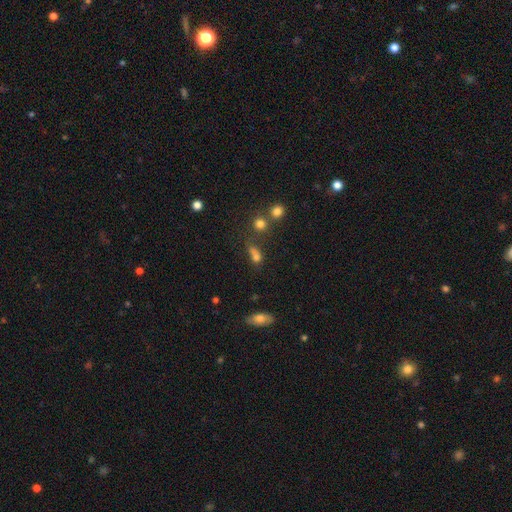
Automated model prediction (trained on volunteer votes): smooth_or_featured: smooth (p=0.69) [alt: star or artifact p=0.19]
how_rounded: in between (p=0.49) [alt: round p=0.44]
merging: none (p=0.39) [alt: merger p=0.31]